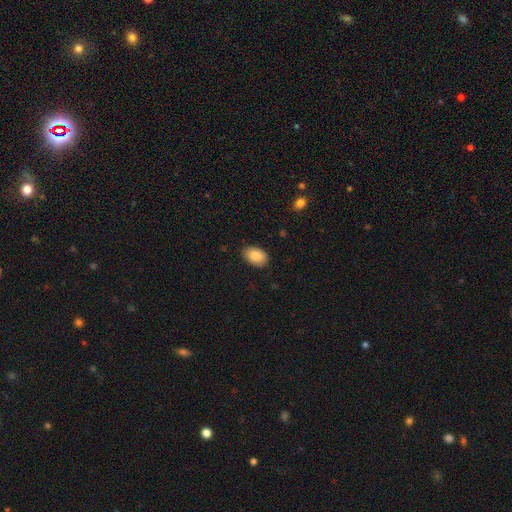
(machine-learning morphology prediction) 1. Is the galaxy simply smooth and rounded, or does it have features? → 85% smooth, 8% featured or disk, 7% star or artifact.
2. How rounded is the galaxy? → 85% in between, 13% round, 1% cigar-shaped.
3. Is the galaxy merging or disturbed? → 86% none, 11% minor disturbance, 2% major disturbance, 1% merger.